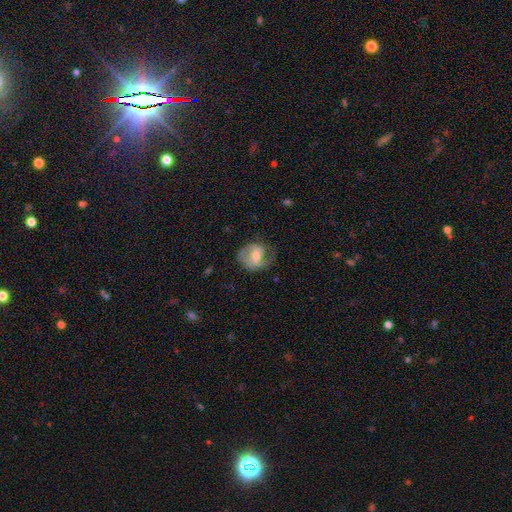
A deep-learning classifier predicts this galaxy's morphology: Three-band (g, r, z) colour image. It shows a featured or disk galaxy (61%) with a weak bar (48%), 2 (72%) medium (45%) spiral arms (84%) and a moderate central bulge (60%). Merging: none (61%).